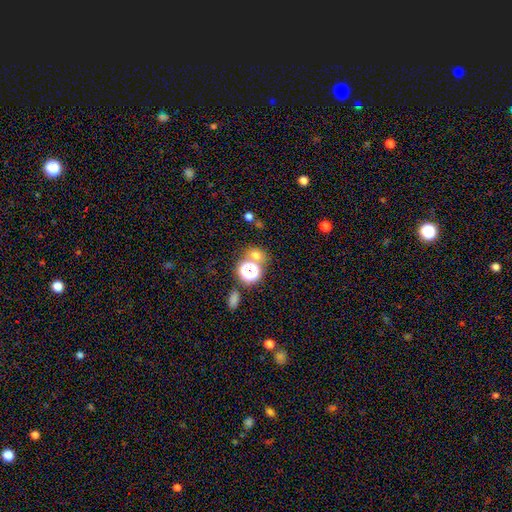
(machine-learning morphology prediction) smooth 64%, star or artifact 28%, featured or disk 8%. Down the decision tree: how rounded — round (77%); merging — none (64%).